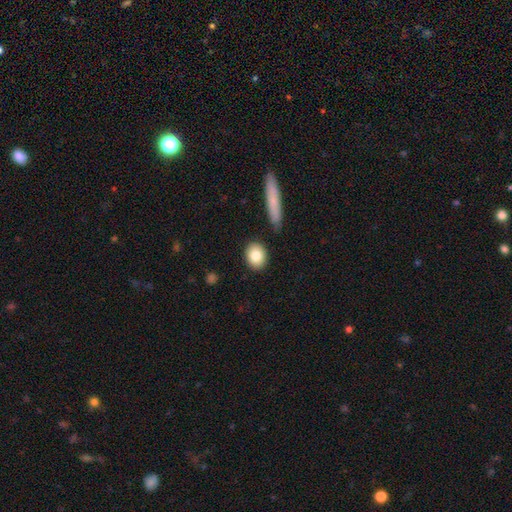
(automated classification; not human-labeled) The model was most divided on "how rounded": round: 56%, in between: 42%, cigar-shaped: 2%. More confident: merging — none (86%); smooth or featured — smooth (82%).